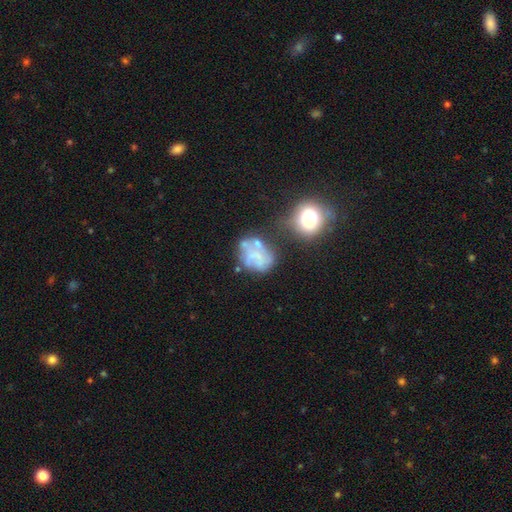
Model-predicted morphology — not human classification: Smooth or featured?
  - featured or disk: 56% *
  - smooth: 32%
  - star or artifact: 12%
Edge-on disk?
  - no: 98% *
  - yes: 2%
Bar?
  - no: 82% *
  - weak: 14%
  - strong: 4%
Spiral arms?
  - no: 64% *
  - yes: 36%
Bulge size?
  - none: 59% *
  - small: 24%
  - moderate: 13%
  - large: 3%
  - dominant: 2%
Merging?
  - none: 40% *
  - major disturbance: 23%
  - minor disturbance: 22%
  - merger: 16%